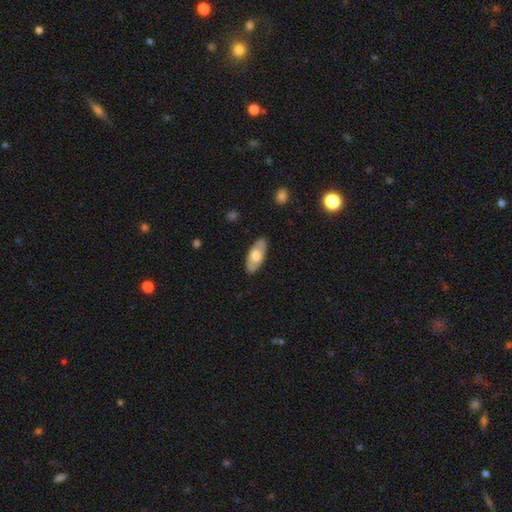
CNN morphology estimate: This is possibly a smooth galaxy (58%). How rounded: clearly in between (88%). Merging: clearly none (86%).